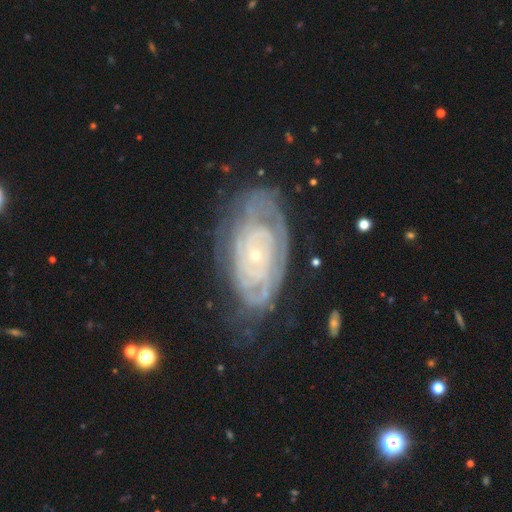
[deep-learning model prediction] This appears to be a featured or disk galaxy (82%) with no bar (83%), tight (80%) spiral arms (86%) and a small central bulge (83%). Merging: none (66%).